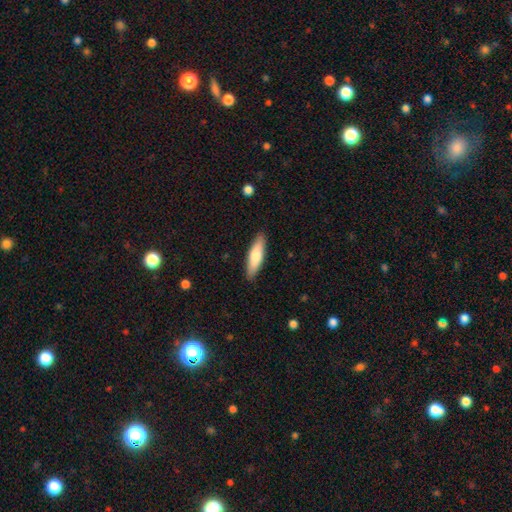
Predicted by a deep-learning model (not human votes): Smooth or featured? Predicted: smooth (p=0.74). How rounded? Predicted: cigar-shaped (p=0.60). Merging? Predicted: none (p=0.88).